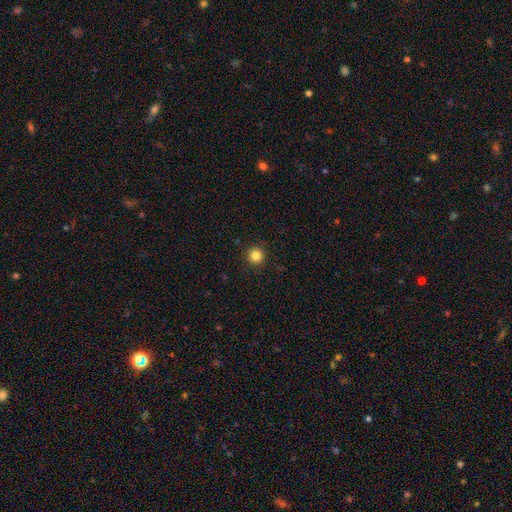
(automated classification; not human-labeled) Overall: smooth (84%). How rounded: round (96%). Merging: none (93%).